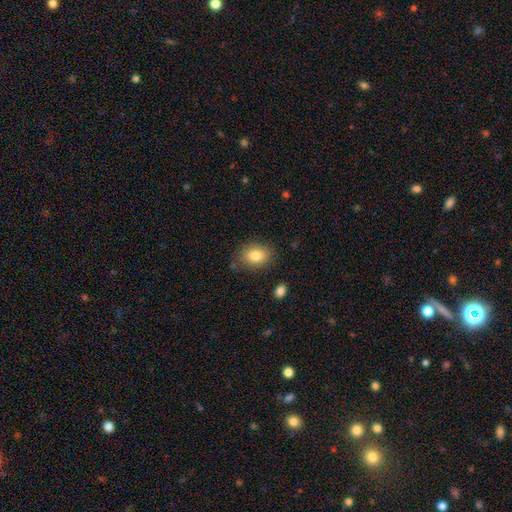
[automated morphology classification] A smooth galaxy with no disk features (82%) that is in between round and cigar-shaped (68%).

Vote fractions:
- Smooth or featured? smooth: 82% / featured or disk: 9% / star or artifact: 9%
- How rounded? in between: 68% / round: 31% / cigar-shaped: 1%
- Merging? none: 81% / minor disturbance: 13% / major disturbance: 4% / merger: 3%